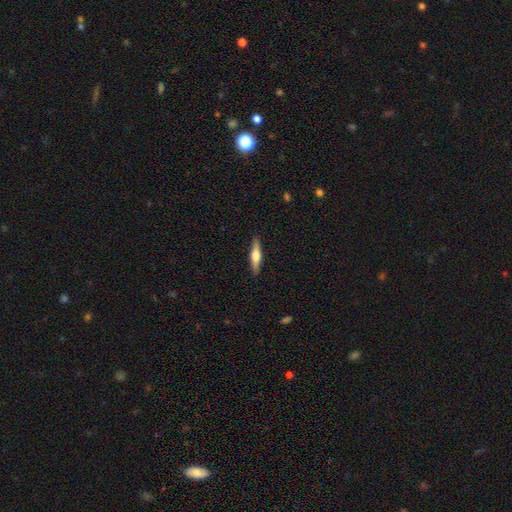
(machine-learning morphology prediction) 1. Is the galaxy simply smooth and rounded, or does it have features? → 57% featured or disk, 37% smooth, 6% star or artifact.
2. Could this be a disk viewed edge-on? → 97% yes, 3% no.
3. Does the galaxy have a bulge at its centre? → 90% rounded, 7% boxy, 3% none.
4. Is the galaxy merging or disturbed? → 90% none, 7% minor disturbance, 2% major disturbance, 1% merger.